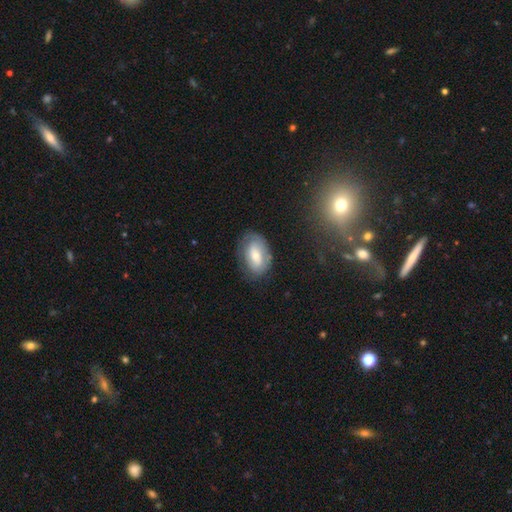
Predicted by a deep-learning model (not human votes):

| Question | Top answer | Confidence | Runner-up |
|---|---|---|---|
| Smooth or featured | smooth | 52% | featured or disk (41%) |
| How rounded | in between | 88% | round (10%) |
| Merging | none | 71% | minor disturbance (20%) |